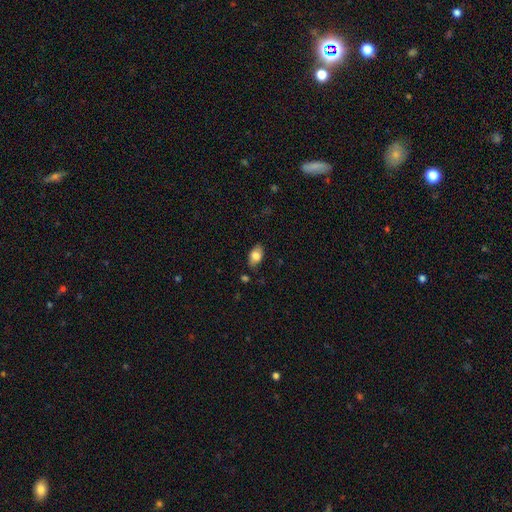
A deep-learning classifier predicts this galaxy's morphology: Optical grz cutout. It shows a smooth galaxy with no disk features (79%) that is in between round and cigar-shaped (91%). Merging: none (82%).